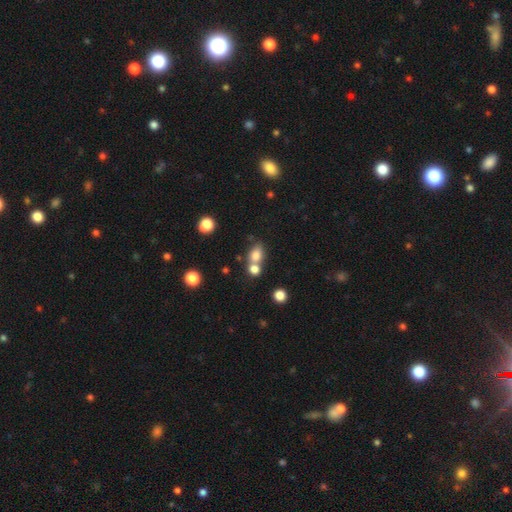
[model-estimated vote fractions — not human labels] Q: Smooth or featured?
A: smooth (79%); runner-up: star or artifact (12%)
Q: How rounded?
A: in between (55%); runner-up: round (44%)
Q: Merging?
A: merger (46%); runner-up: none (41%)